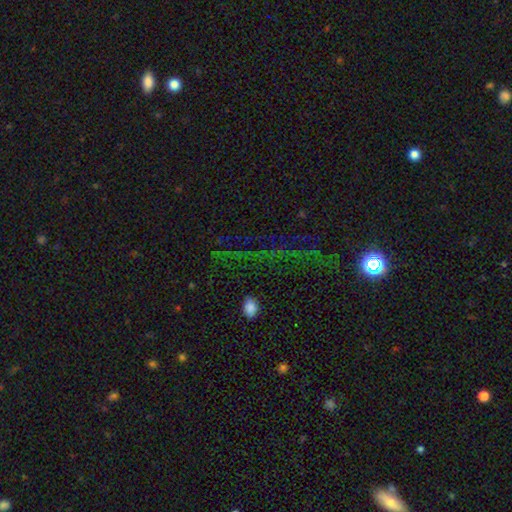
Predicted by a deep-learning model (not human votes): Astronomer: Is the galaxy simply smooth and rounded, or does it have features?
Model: star or artifact — 66%.